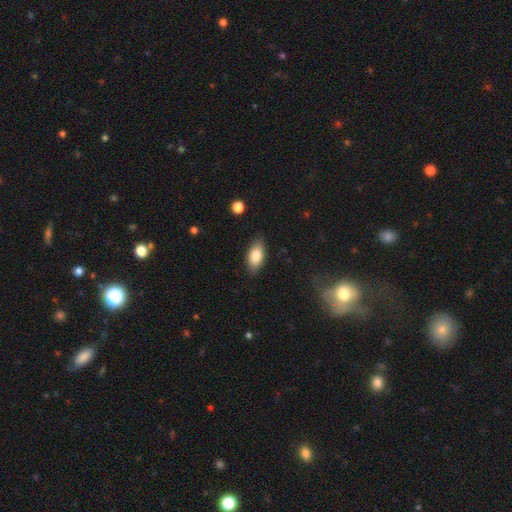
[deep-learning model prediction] Q: Smooth or featured?
A: smooth (83%); runner-up: featured or disk (11%)
Q: How rounded?
A: in between (91%); runner-up: cigar-shaped (6%)
Q: Merging?
A: none (86%); runner-up: minor disturbance (11%)